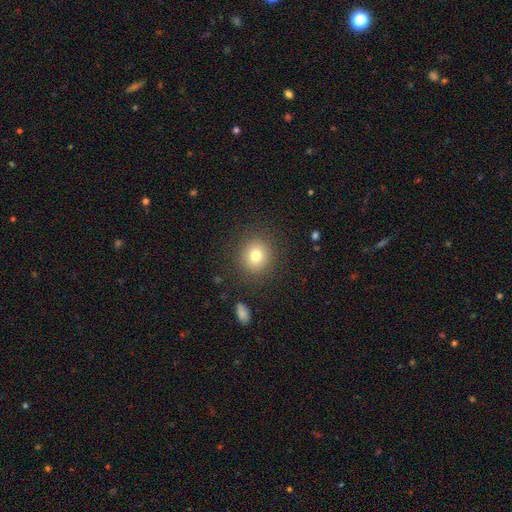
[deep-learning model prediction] Q: Smooth or featured?
A: smooth (78%); runner-up: star or artifact (12%)
Q: How rounded?
A: round (85%); runner-up: in between (14%)
Q: Merging?
A: none (87%); runner-up: minor disturbance (8%)